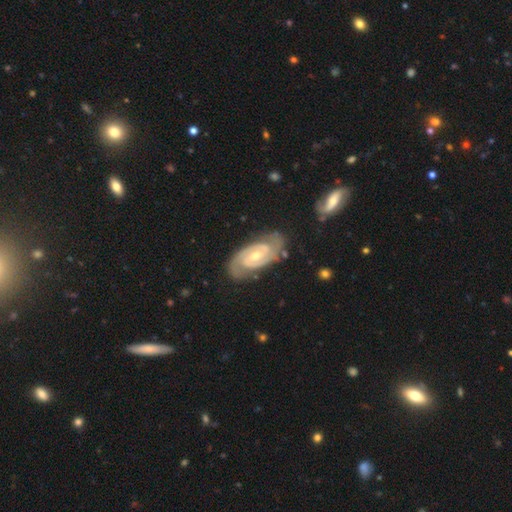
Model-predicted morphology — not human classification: smooth_or_featured: featured or disk (p=0.91) [alt: smooth p=0.05]
disk_edge_on: no (p=0.96) [alt: yes p=0.04]
bar: weak (p=0.49) [alt: no p=0.34]
has_spiral_arms: yes (p=0.98) [alt: no p=0.02]
spiral_winding: tight (p=0.64) [alt: medium p=0.31]
spiral_arm_count: 2 (p=0.89) [alt: can't tell p=0.05]
bulge_size: moderate (p=0.55) [alt: small p=0.41]
merging: none (p=0.79) [alt: minor disturbance p=0.15]